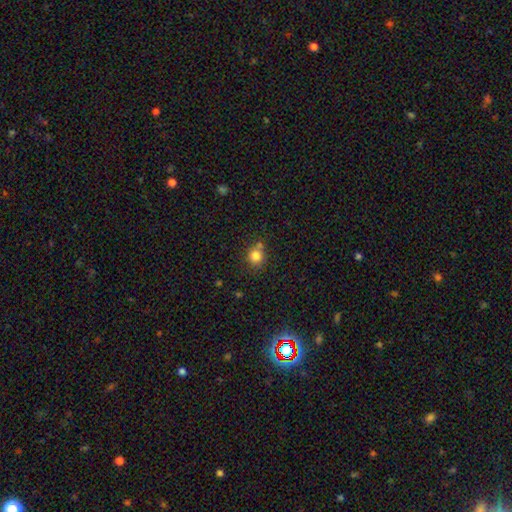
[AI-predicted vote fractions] Smooth or featured? smooth (81%)
How rounded? round (86%)
Merging? none (65%)